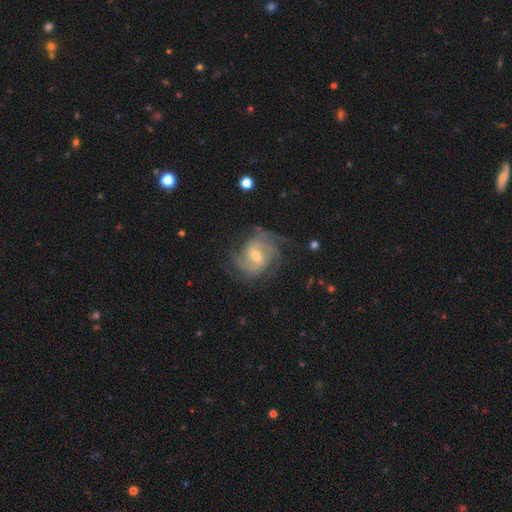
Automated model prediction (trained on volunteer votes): Smooth or featured? featured or disk (87%)
Edge-on disk? no (98%)
Bar? no (44%, tied with weak)
Spiral arms? yes (97%)
Spiral winding? tight (47%)
Spiral arm count? 2 (37%)
Bulge size? moderate (49%)
Merging? none (71%)